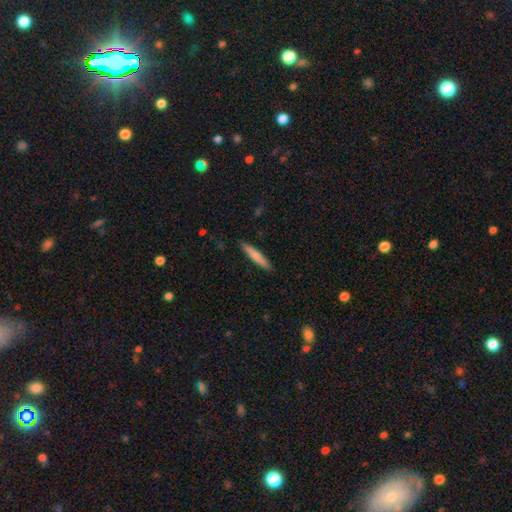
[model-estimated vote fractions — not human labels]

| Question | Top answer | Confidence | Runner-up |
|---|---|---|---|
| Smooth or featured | smooth | 72% | featured or disk (23%) |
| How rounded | cigar-shaped | 94% | in between (5%) |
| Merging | none | 90% | minor disturbance (7%) |